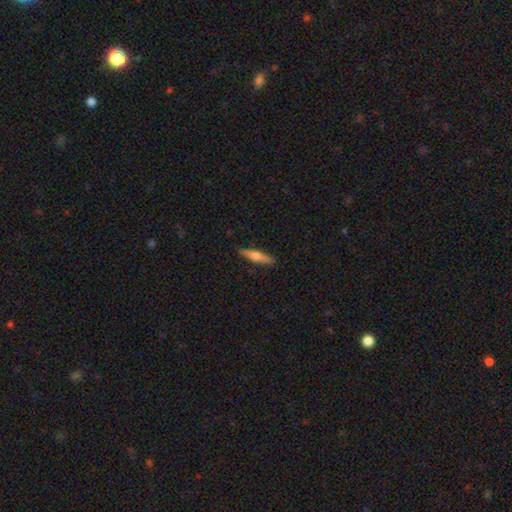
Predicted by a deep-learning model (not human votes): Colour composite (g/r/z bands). It shows a featured or disk galaxy (52%) viewed edge-on (95%). Merging: none (90%).